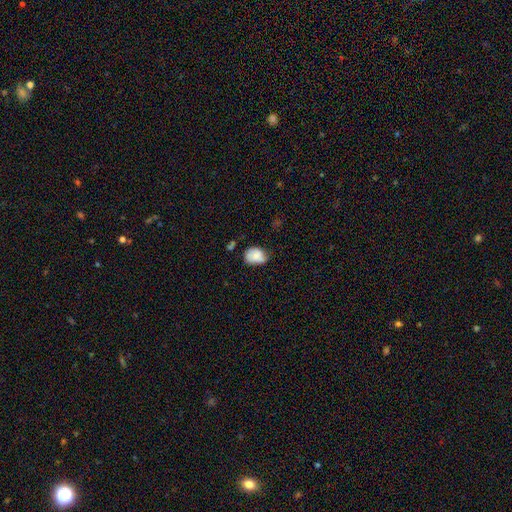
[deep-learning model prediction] Morphology: type=smooth (78%); roundness=in between (63%); merging=none (50%).